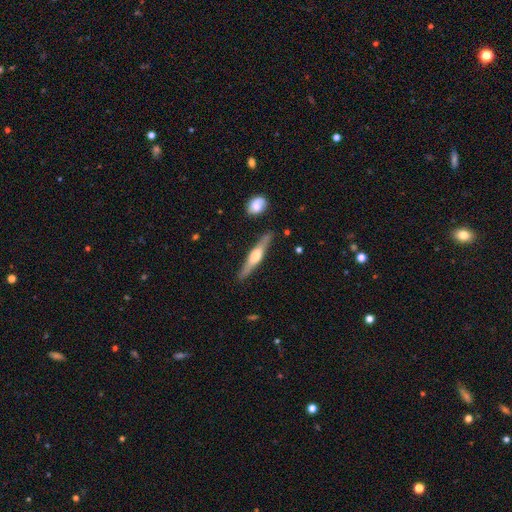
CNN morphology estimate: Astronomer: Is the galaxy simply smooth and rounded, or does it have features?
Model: featured or disk — 66%.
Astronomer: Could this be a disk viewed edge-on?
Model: yes — 96%.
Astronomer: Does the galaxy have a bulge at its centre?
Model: rounded — 86%.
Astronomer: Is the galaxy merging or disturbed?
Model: none — 86%.